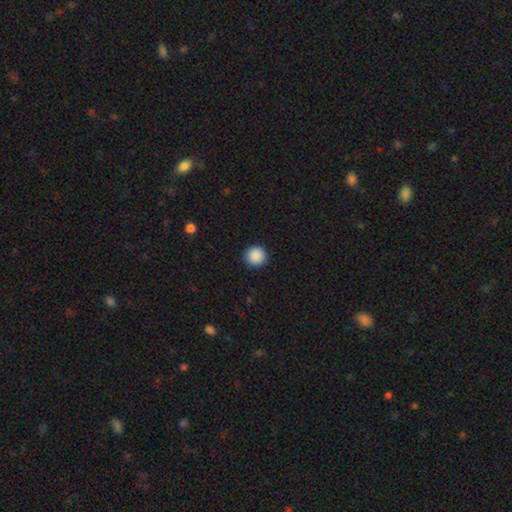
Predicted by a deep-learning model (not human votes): smooth 89%, star or artifact 8%, featured or disk 2%. Down the decision tree: how rounded — round (96%); merging — none (93%).